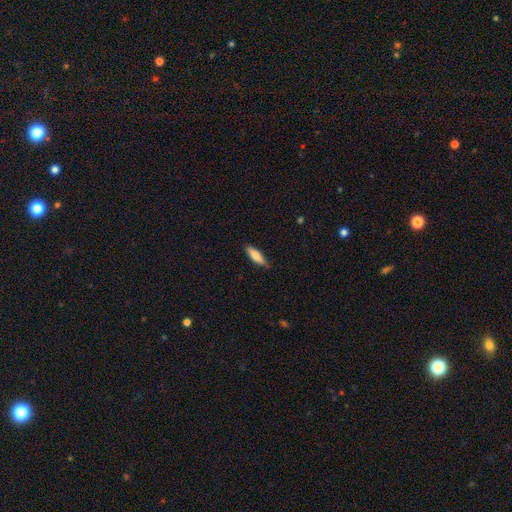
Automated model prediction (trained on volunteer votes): Smooth or featured? Predicted: smooth (p=0.78). How rounded? Predicted: cigar-shaped (p=0.53). Merging? Predicted: none (p=0.84).